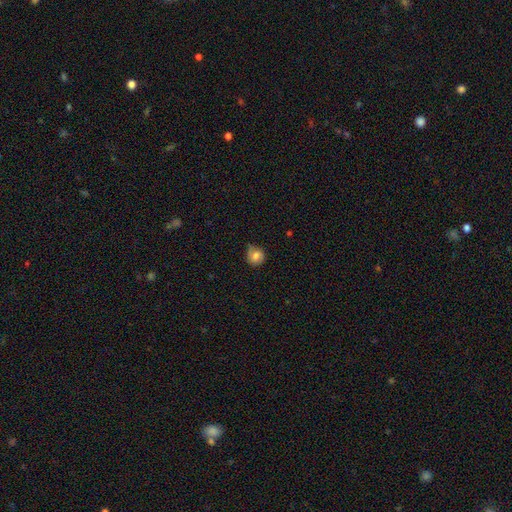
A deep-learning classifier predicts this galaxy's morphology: The model was most divided on "merging": none: 61%, minor disturbance: 30%, major disturbance: 7%, merger: 2%. More confident: how rounded — round (84%); smooth or featured — smooth (74%).